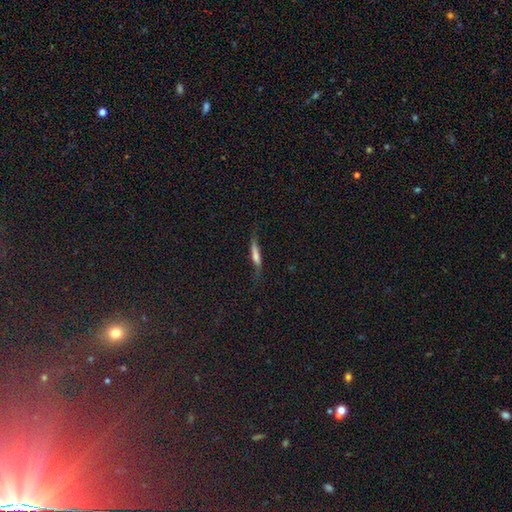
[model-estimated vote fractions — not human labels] The model was most divided on "smooth or featured": smooth: 51%, featured or disk: 40%, star or artifact: 9%. More confident: how rounded — cigar-shaped (86%); merging — none (63%).